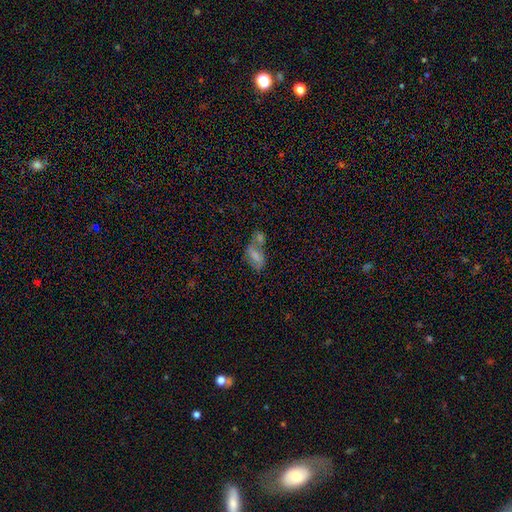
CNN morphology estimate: The model was most divided on "merging": merger: 49%, none: 27%, minor disturbance: 14%, major disturbance: 10%. More confident: how rounded — in between (87%); smooth or featured — smooth (55%).